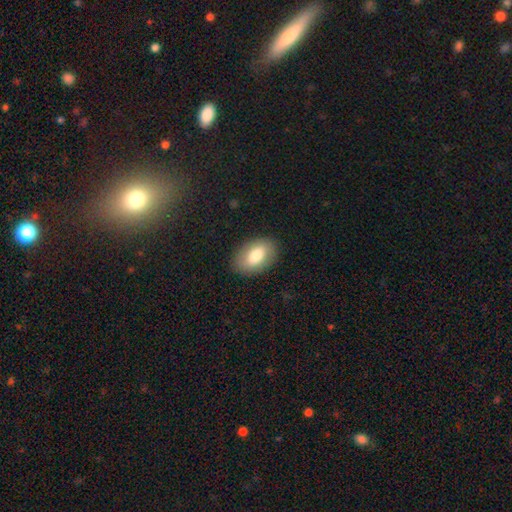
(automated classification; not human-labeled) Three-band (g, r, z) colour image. It shows a smooth galaxy with no disk features (75%) that is in between round and cigar-shaped (90%). Merging: none (87%).